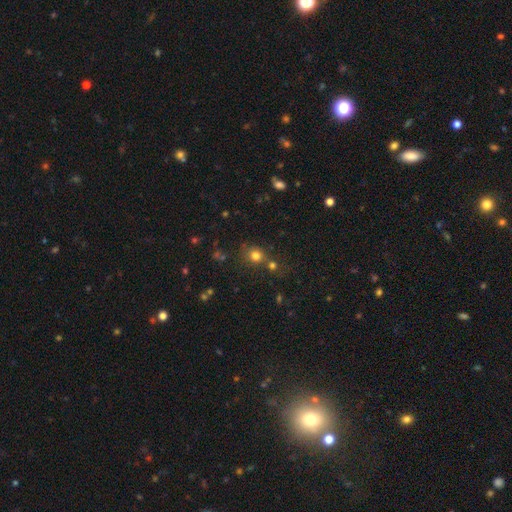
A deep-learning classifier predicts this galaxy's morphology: This is likely a smooth galaxy (76%). How rounded: clearly round (80%). Merging: likely none (63%).